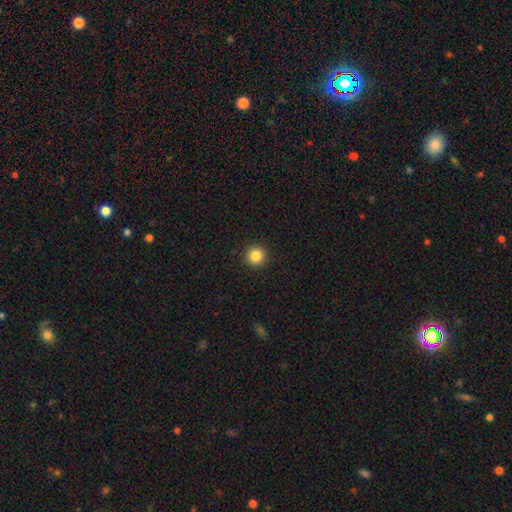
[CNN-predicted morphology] smooth-or-featured: smooth: 85% | star or artifact: 10% | featured or disk: 4%
  how-rounded: round: 95% | in between: 4% | cigar-shaped: 1%
  merging: none: 93% | minor disturbance: 4% | major disturbance: 2% | merger: 1%